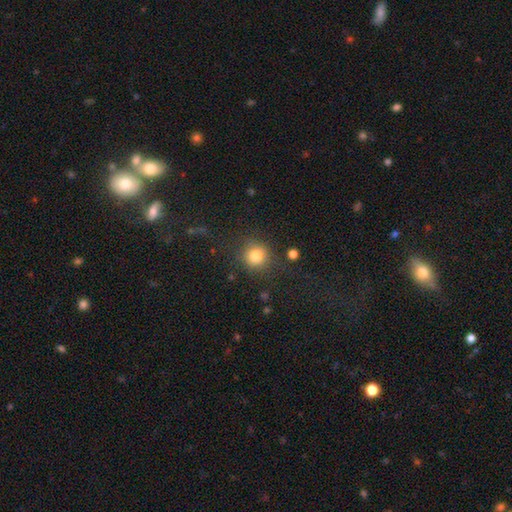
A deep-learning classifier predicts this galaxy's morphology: Q: Smooth or featured?
A: smooth (81%); runner-up: star or artifact (12%)
Q: How rounded?
A: round (91%); runner-up: in between (8%)
Q: Merging?
A: none (82%); runner-up: minor disturbance (10%)